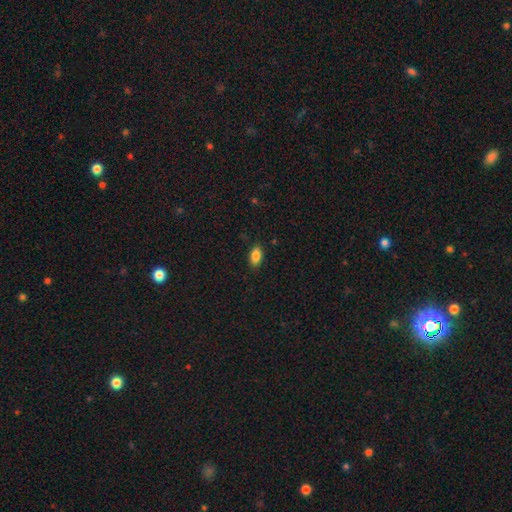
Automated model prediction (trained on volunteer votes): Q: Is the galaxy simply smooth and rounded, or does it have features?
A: smooth — 86%.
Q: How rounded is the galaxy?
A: in between — 91%.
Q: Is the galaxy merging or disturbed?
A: none — 87%.